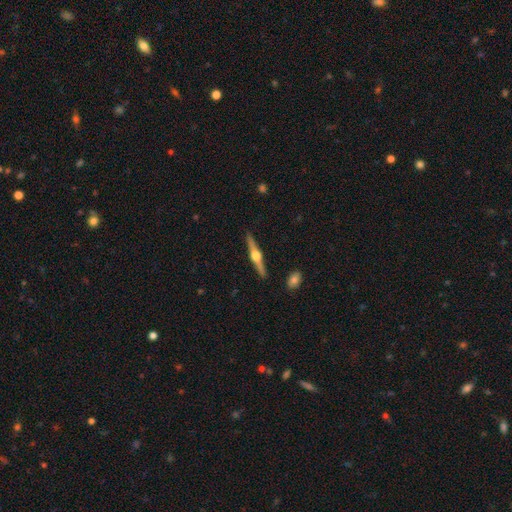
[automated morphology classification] smooth-or-featured: featured or disk: 81% | smooth: 14% | star or artifact: 5%
  disk-edge-on: yes: 98% | no: 2%
    edge-on-bulge: rounded: 96% | boxy: 3% | none: 2%
  merging: none: 91% | minor disturbance: 6% | major disturbance: 1% | merger: 1%